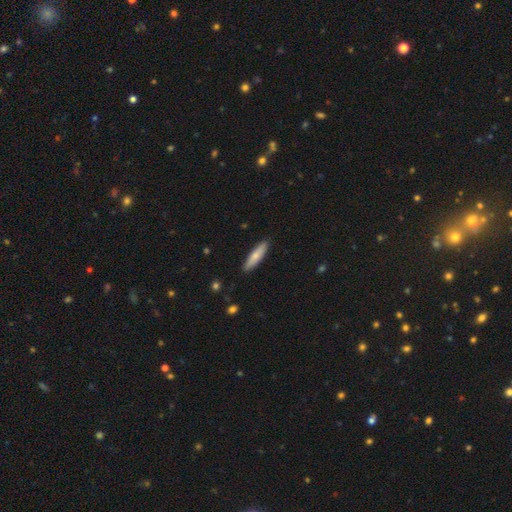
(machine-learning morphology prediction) Smooth or featured? smooth (75%)
How rounded? cigar-shaped (75%)
Merging? none (89%)